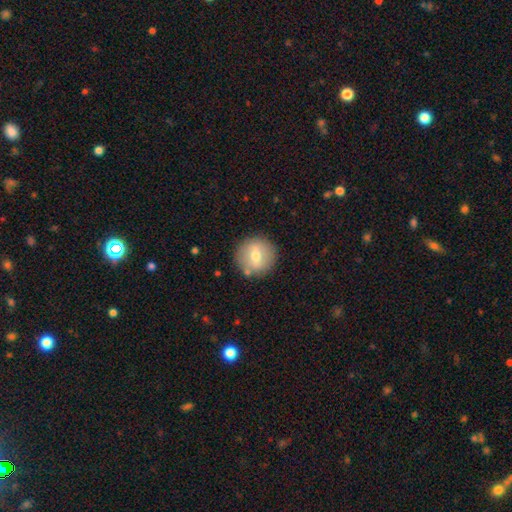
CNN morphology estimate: smooth_or_featured: smooth (p=0.60) [alt: featured or disk p=0.33]
how_rounded: round (p=0.92) [alt: in between p=0.07]
merging: none (p=0.84) [alt: minor disturbance p=0.10]